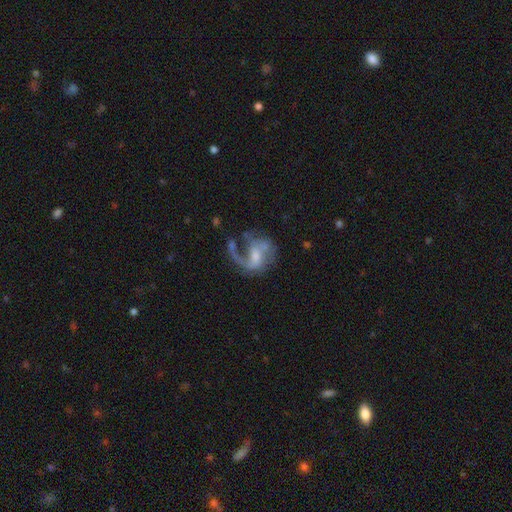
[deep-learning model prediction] Overall: featured or disk (80%). Edge-on disk: no (98%). Bar: weak (48%; no 37%). Spiral arms: yes (89%). Spiral arm count: 1 (52%; 2 35%). Spiral winding: loose (53%; medium 37%). Bulge size: small (45%; moderate 37%). Merging: none (40%; major disturbance 38%).